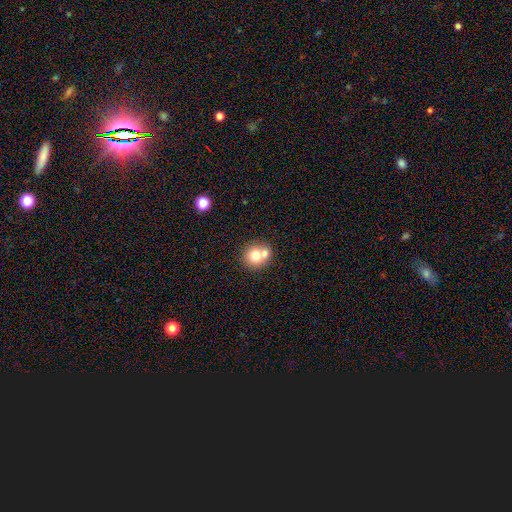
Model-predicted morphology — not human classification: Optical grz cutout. It shows a smooth galaxy with no disk features (72%) that is round (85%). Merging: merger (47%).